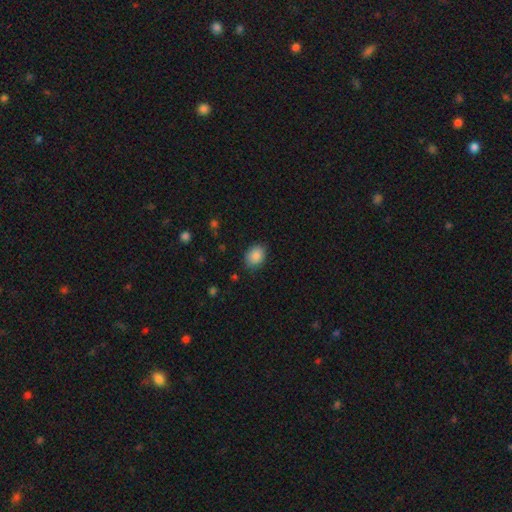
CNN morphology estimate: Overall: smooth (87%). How rounded: in between (67%; round 32%). Merging: none (82%).